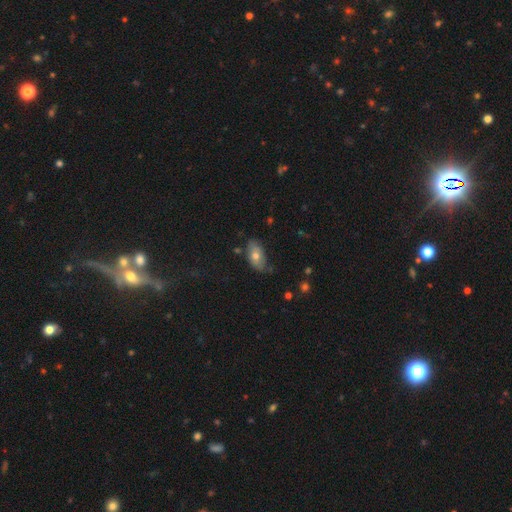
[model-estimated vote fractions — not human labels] Smooth or featured?
  - smooth: 65% *
  - featured or disk: 27%
  - star or artifact: 8%
How rounded?
  - in between: 91% *
  - round: 6%
  - cigar-shaped: 4%
Merging?
  - none: 66% *
  - minor disturbance: 26%
  - major disturbance: 5%
  - merger: 3%